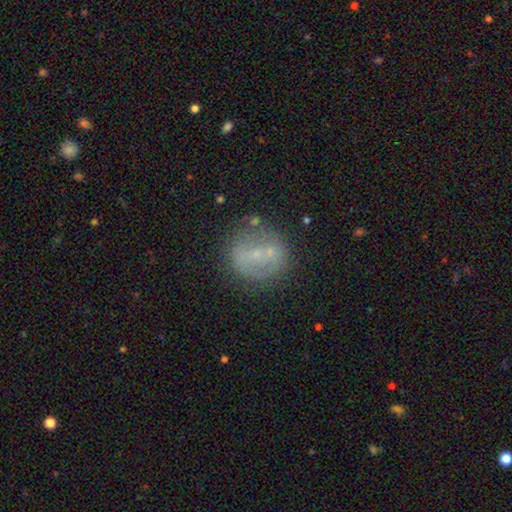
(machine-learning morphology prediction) A featured or disk galaxy (49%). Merging: none (72%).